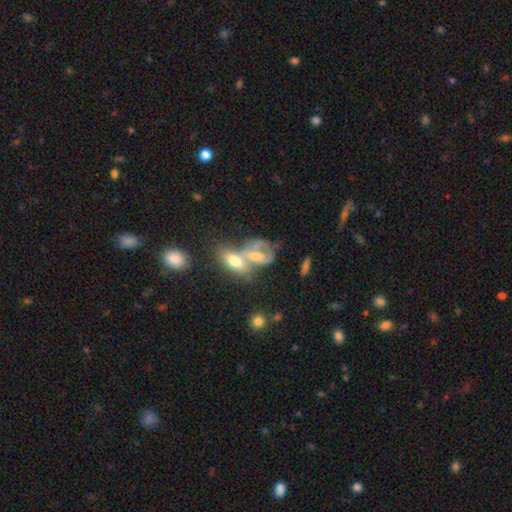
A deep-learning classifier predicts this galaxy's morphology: Q: Smooth or featured?
A: featured or disk (54%); runner-up: smooth (36%)
Q: Edge-on disk?
A: no (92%); runner-up: yes (8%)
Q: Merging?
A: merger (58%); runner-up: none (20%)